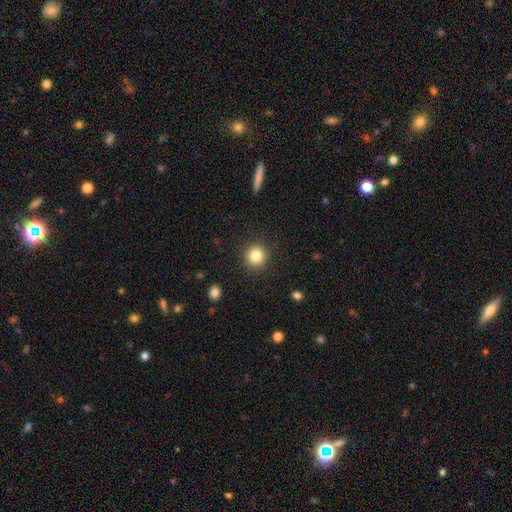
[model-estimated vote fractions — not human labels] Overall: smooth (83%). How rounded: round (91%). Merging: none (91%).